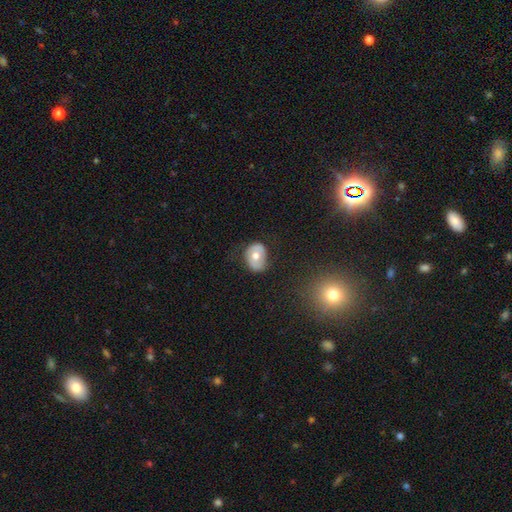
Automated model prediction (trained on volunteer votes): smooth-or-featured: smooth: 53% | featured or disk: 39% | star or artifact: 8%
  how-rounded: in between: 60% | round: 39% | cigar-shaped: 1%
  merging: none: 68% | minor disturbance: 24% | major disturbance: 7% | merger: 1%